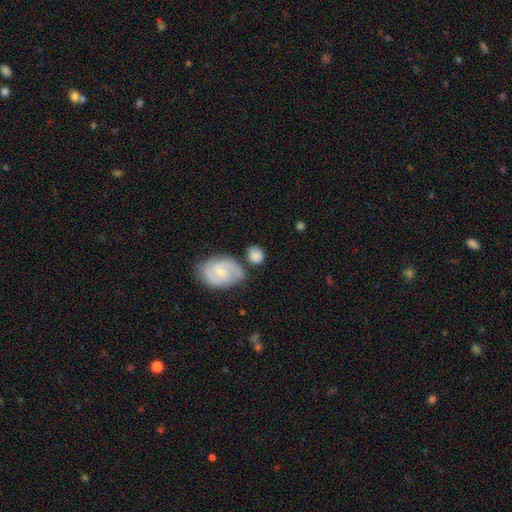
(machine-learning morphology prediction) Q: Smooth or featured?
A: smooth (72%); runner-up: featured or disk (22%)
Q: How rounded?
A: round (61%); runner-up: in between (37%)
Q: Merging?
A: none (63%); runner-up: minor disturbance (16%)